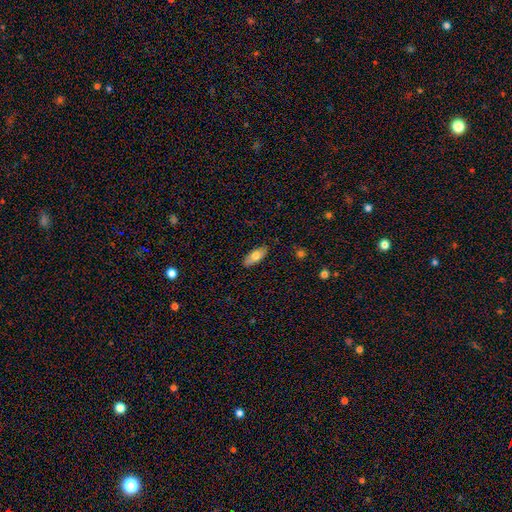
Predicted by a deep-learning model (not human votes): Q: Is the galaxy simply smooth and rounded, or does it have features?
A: smooth — 70%.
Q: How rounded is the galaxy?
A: in between — 83%.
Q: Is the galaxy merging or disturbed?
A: none — 86%.